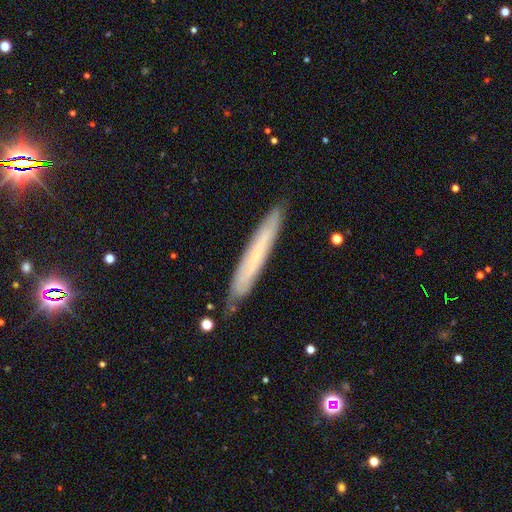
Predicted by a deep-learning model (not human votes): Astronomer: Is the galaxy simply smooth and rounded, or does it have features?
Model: smooth — 48% (runner-up: featured or disk, 43%).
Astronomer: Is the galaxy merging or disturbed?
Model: none — 85%.